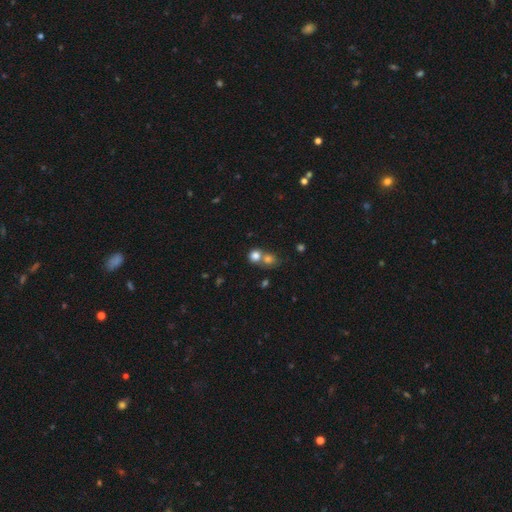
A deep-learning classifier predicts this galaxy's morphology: Overall: smooth (78%). How rounded: round (81%). Merging: merger (48%; none 42%).